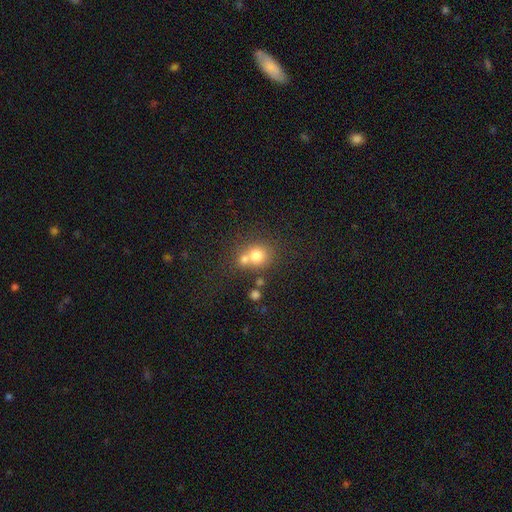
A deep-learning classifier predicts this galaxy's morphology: Smooth or featured? Predicted: smooth (p=0.73). How rounded? Predicted: round (p=0.81). Merging? Predicted: merger (p=0.48).